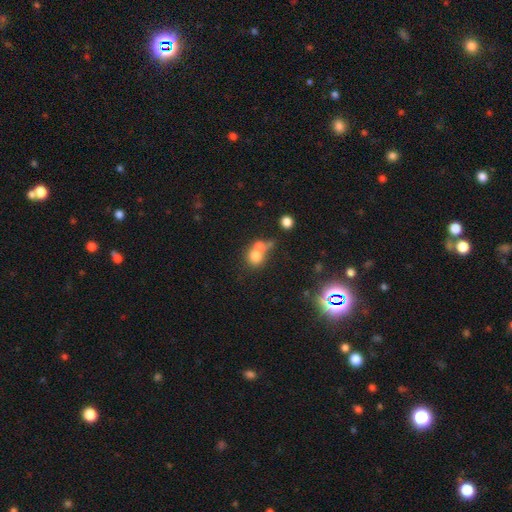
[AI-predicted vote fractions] smooth_or_featured: smooth (p=0.72) [alt: featured or disk p=0.16]
how_rounded: round (p=0.74) [alt: in between p=0.25]
merging: merger (p=0.61) [alt: none p=0.28]